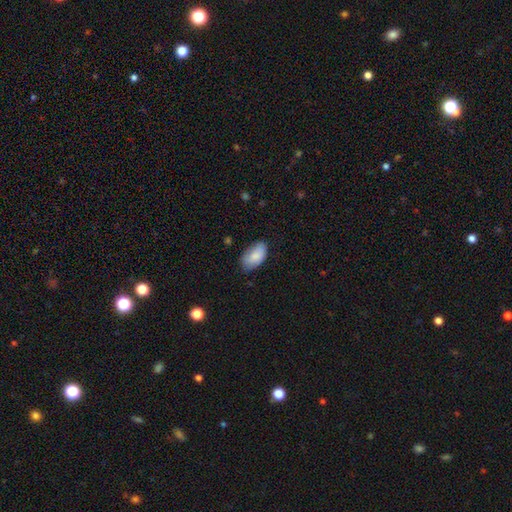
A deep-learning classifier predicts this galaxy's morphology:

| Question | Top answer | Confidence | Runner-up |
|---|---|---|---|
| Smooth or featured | smooth | 83% | featured or disk (10%) |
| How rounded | in between | 94% | round (4%) |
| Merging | none | 65% | minor disturbance (28%) |